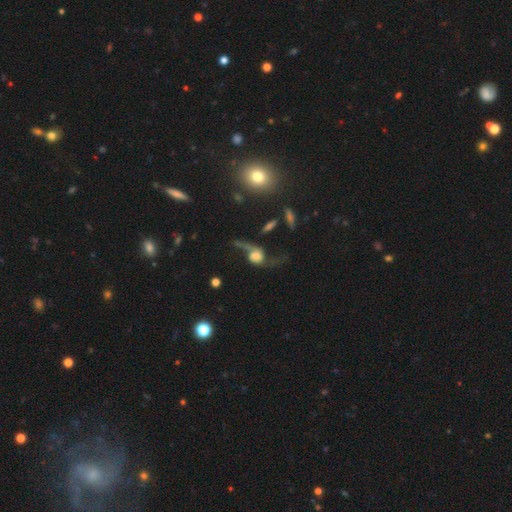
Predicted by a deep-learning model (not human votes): A featured or disk galaxy (67%) with no bar (71%), 2 (79%) loose (89%) spiral arms (86%) and a large central bulge (31%).

Vote fractions:
- Smooth or featured? featured or disk: 67% / smooth: 23% / star or artifact: 10%
- Edge-on disk? no: 91% / yes: 9%
- Bar? no: 71% / weak: 23% / strong: 6%
- Spiral arms? yes: 86% / no: 14%
- Spiral winding? loose: 89% / medium: 9% / tight: 2%
- Spiral arm count? 2: 79% / 1: 15% / can't tell: 3% / 3: 1% / 4: 1% / more than 4: 1%
- Bulge size? large: 31% / moderate: 29% / small: 17% / dominant: 14% / none: 9%
- Merging? major disturbance: 38% / none: 35% / minor disturbance: 16% / merger: 11%